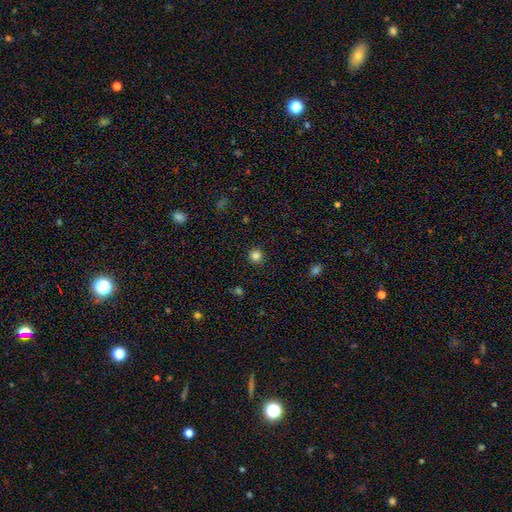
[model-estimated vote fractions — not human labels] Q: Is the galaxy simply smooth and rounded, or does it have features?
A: smooth — 84%.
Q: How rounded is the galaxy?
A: round — 94%.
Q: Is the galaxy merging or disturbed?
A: none — 92%.